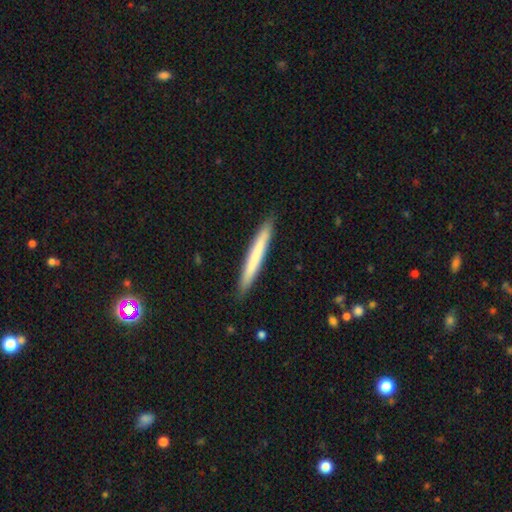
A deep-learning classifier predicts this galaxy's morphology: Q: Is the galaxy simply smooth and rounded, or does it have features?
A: smooth — 65%.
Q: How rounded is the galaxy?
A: cigar-shaped — 97%.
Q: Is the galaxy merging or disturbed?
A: none — 90%.